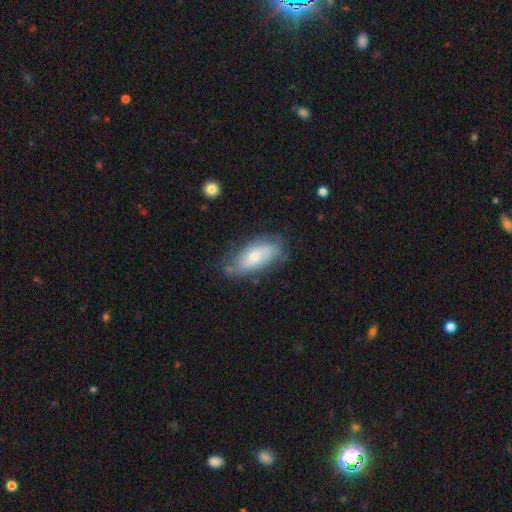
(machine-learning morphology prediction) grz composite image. It shows a smooth galaxy with no disk features (54%) that is in between round and cigar-shaped (87%). Merging: none (61%).